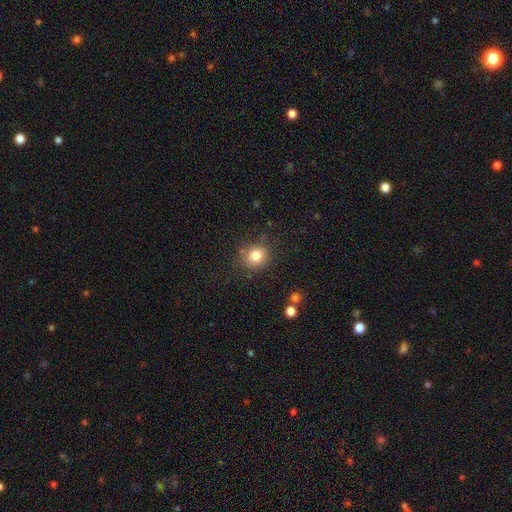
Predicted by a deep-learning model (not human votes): Smooth or featured: smooth — 81% (star or artifact — 11%)
How rounded: round — 81% (in between — 18%)
Merging: none — 81% (minor disturbance — 12%)